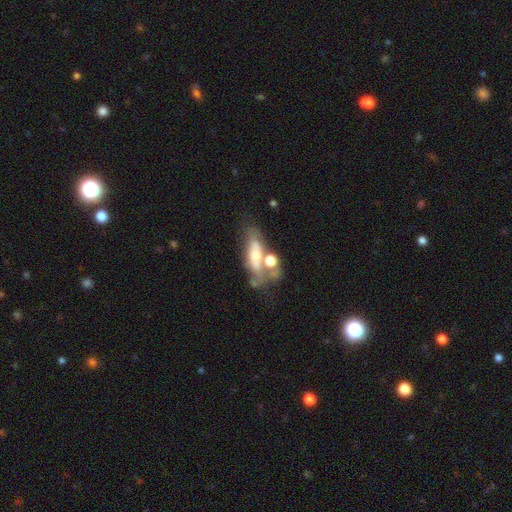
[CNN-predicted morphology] Smooth or featured: featured or disk — 53% (smooth — 36%)
Edge-on disk: no — 67% (yes — 33%)
Merging: none — 34% (merger — 33%)